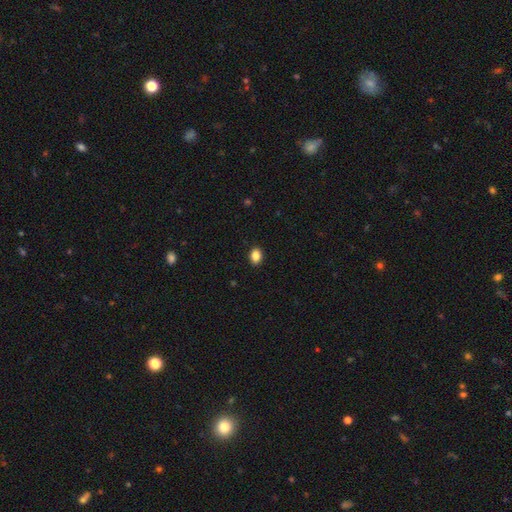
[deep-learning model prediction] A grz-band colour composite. It shows a smooth galaxy with no disk features (87%) that is in between round and cigar-shaped (68%). Merging: none (91%).